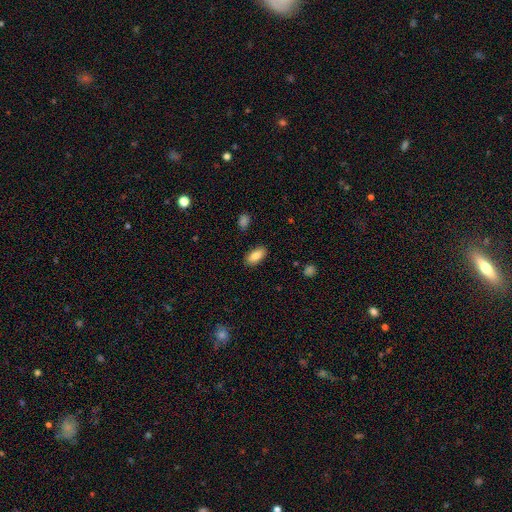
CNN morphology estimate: smooth-or-featured: smooth: 83% | featured or disk: 10% | star or artifact: 7%
  how-rounded: in between: 90% | cigar-shaped: 7% | round: 3%
  merging: none: 87% | minor disturbance: 9% | major disturbance: 2% | merger: 1%